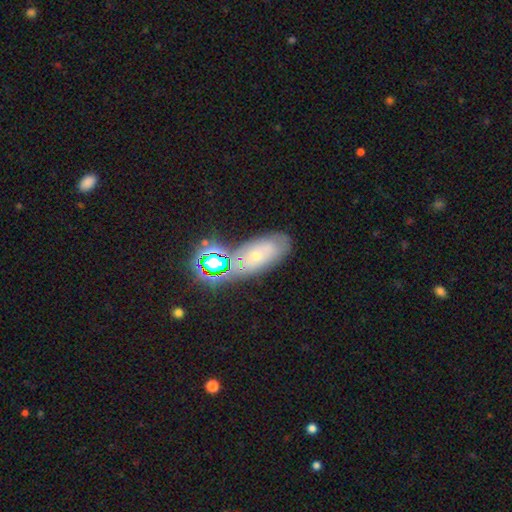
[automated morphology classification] Smooth or featured: featured or disk — 39% (smooth — 32%)
Merging: none — 66% (minor disturbance — 18%)